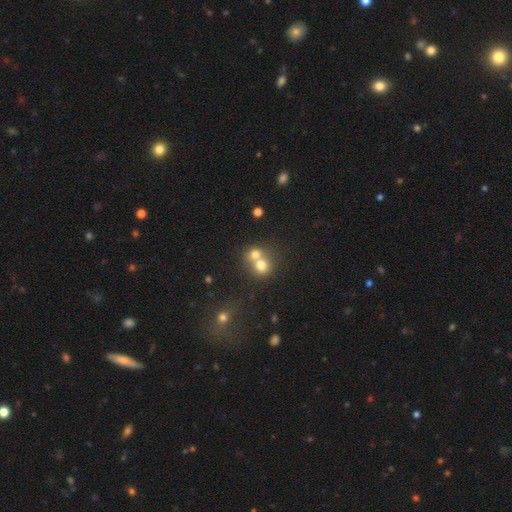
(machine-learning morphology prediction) Smooth or featured? smooth (68%)
How rounded? round (78%)
Merging? merger (62%)